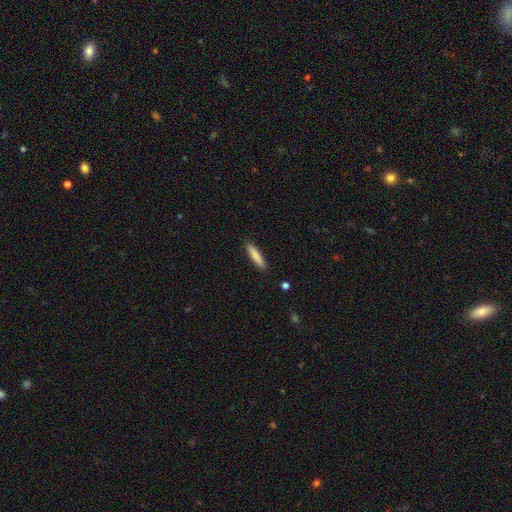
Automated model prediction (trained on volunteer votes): This appears to be a smooth galaxy with no disk features (84%) that is cigar-shaped (85%). Merging: none (90%).